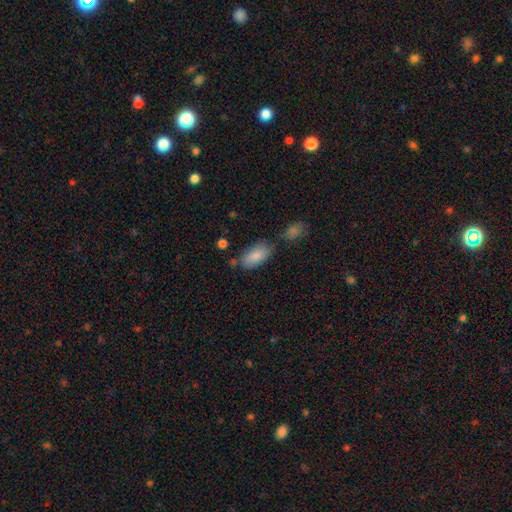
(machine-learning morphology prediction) This appears to be a smooth galaxy with no disk features (87%) that is in between round and cigar-shaped (93%). Merging: none (64%).